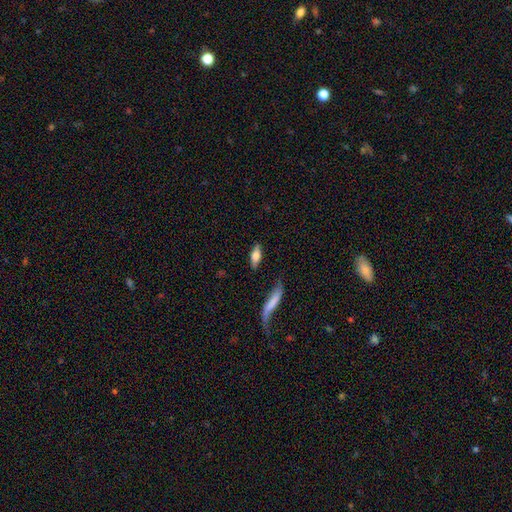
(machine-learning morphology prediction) A smooth galaxy with no disk features (61%) that is in between round and cigar-shaped (65%). Merging: none (79%).